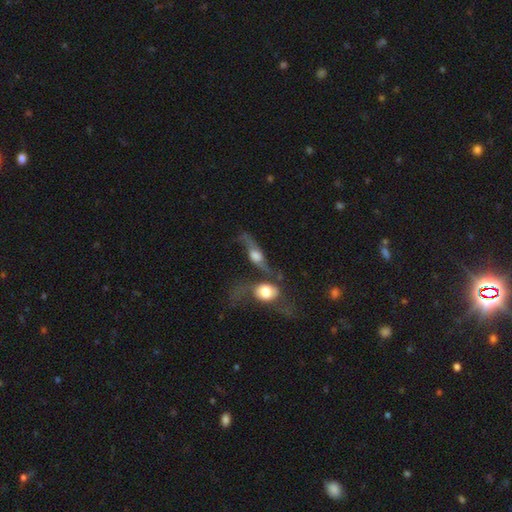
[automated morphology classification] Smooth or featured? featured or disk (69%)
Edge-on disk? no (53%)
Merging? merger (35%)